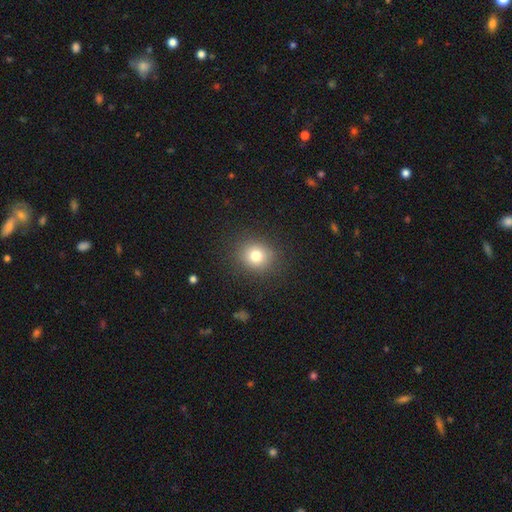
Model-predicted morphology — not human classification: A smooth galaxy with no disk features (79%) that is round (79%). Merging: none (87%).